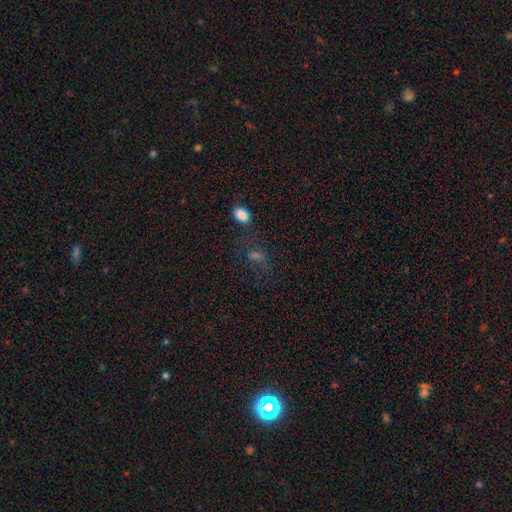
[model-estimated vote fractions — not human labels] A star or artifact, not a galaxy (45%).

Vote fractions:
- Smooth or featured? star or artifact: 45% / smooth: 36% / featured or disk: 19%